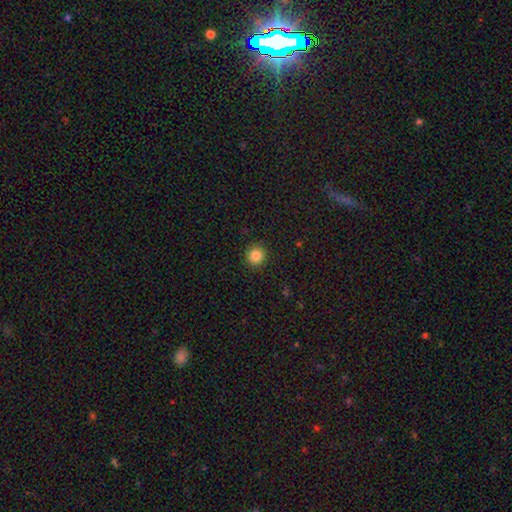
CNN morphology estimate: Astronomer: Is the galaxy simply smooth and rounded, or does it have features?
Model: smooth — 85%.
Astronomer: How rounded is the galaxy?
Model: round — 94%.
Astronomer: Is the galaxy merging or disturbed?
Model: none — 92%.